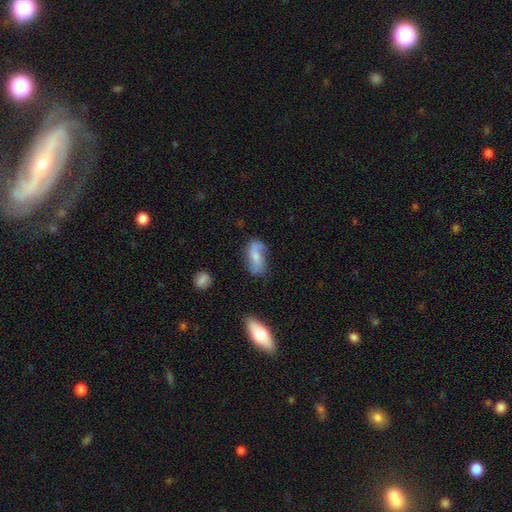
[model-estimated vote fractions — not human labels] Smooth or featured? smooth (49%)
Merging? none (57%)